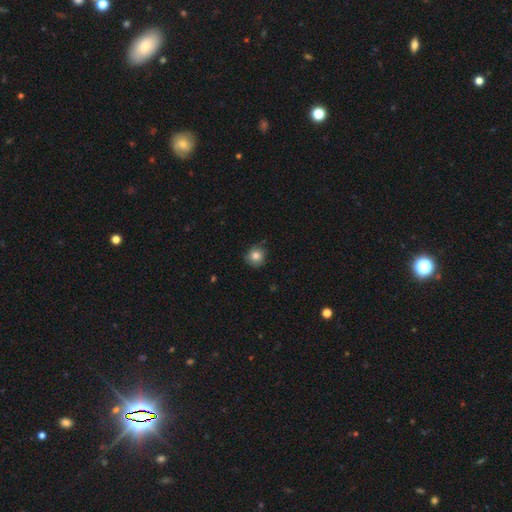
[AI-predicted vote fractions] Morphology: type=smooth (80%); roundness=round (88%); merging=none (72%).